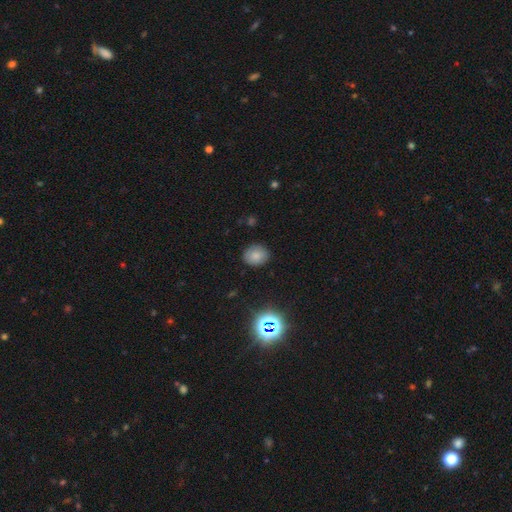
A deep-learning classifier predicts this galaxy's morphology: Smooth or featured?
  - smooth: 79% *
  - star or artifact: 13%
  - featured or disk: 8%
How rounded?
  - round: 65% *
  - in between: 34%
  - cigar-shaped: 1%
Merging?
  - none: 86% *
  - minor disturbance: 10%
  - major disturbance: 2%
  - merger: 1%